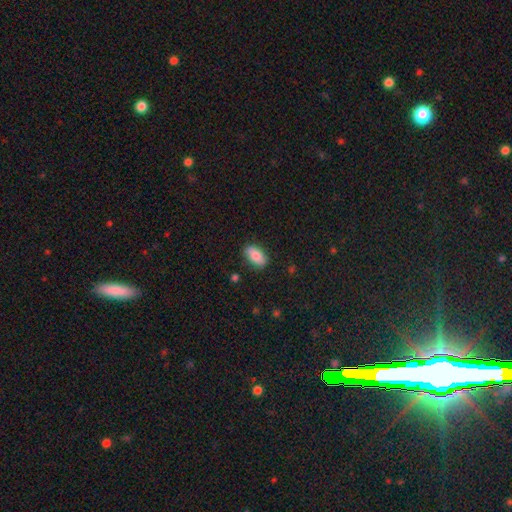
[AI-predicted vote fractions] Q: Smooth or featured?
A: smooth (82%); runner-up: featured or disk (11%)
Q: How rounded?
A: in between (92%); runner-up: cigar-shaped (4%)
Q: Merging?
A: none (83%); runner-up: minor disturbance (12%)